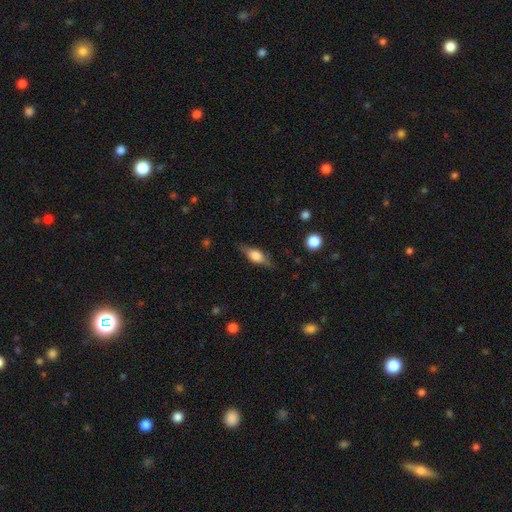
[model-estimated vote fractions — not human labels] A smooth galaxy with no disk features (53%) that is in between round and cigar-shaped (61%).

Vote fractions:
- Smooth or featured? smooth: 53% / featured or disk: 40% / star or artifact: 7%
- How rounded? in between: 61% / cigar-shaped: 34% / round: 6%
- Merging? none: 80% / minor disturbance: 15% / major disturbance: 4% / merger: 1%